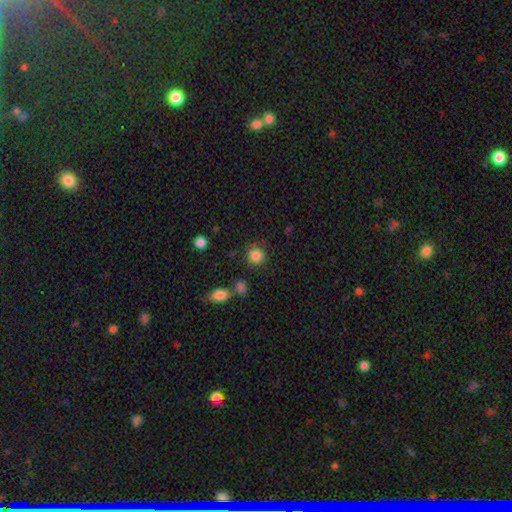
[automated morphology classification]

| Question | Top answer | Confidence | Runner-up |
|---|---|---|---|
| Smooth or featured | smooth | 85% | star or artifact (10%) |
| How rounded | round | 89% | in between (10%) |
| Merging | none | 81% | minor disturbance (10%) |